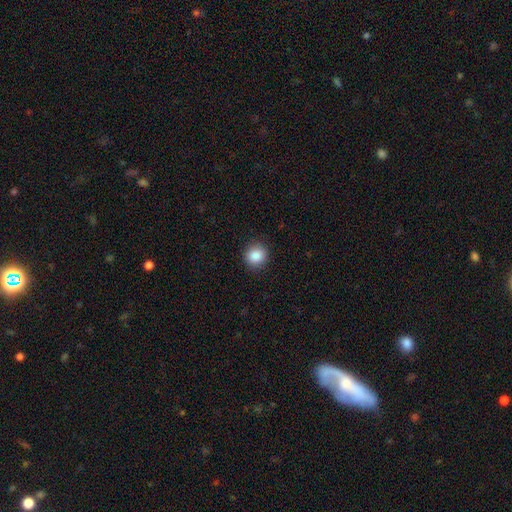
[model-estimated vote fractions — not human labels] smooth 88%, star or artifact 9%, featured or disk 3%. Down the decision tree: how rounded — round (87%); merging — none (90%).